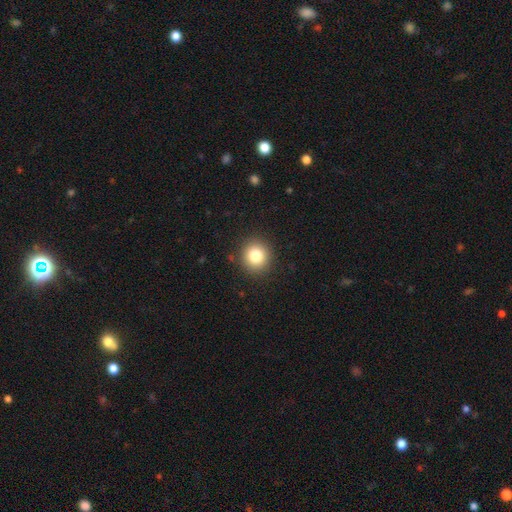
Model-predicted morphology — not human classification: Smooth or featured?
  - smooth: 82% *
  - star or artifact: 11%
  - featured or disk: 7%
How rounded?
  - round: 90% *
  - in between: 9%
  - cigar-shaped: 1%
Merging?
  - none: 90% *
  - minor disturbance: 6%
  - major disturbance: 2%
  - merger: 1%